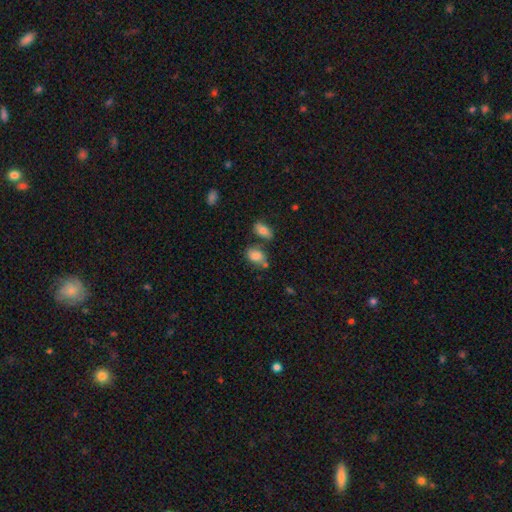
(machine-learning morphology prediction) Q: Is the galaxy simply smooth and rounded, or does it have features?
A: smooth — 79%.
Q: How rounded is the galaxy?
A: in between — 83%.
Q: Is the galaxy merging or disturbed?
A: none — 56%.